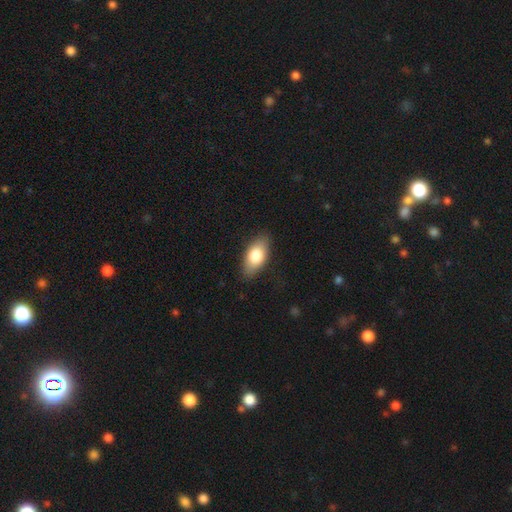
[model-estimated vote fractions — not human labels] Smooth or featured: smooth — 77% (featured or disk — 16%)
How rounded: in between — 88% (cigar-shaped — 8%)
Merging: none — 85% (minor disturbance — 12%)